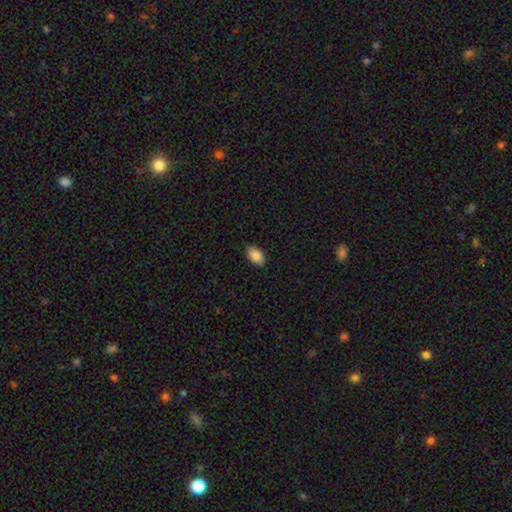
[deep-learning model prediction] smooth 87%, star or artifact 7%, featured or disk 6%. Down the decision tree: how rounded — in between (93%); merging — none (87%).